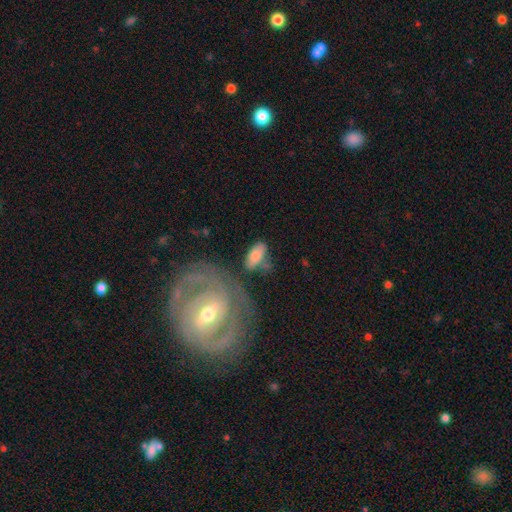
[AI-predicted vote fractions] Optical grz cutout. It shows a smooth galaxy with no disk features (75%) that is in between round and cigar-shaped (88%). Merging: none (58%).